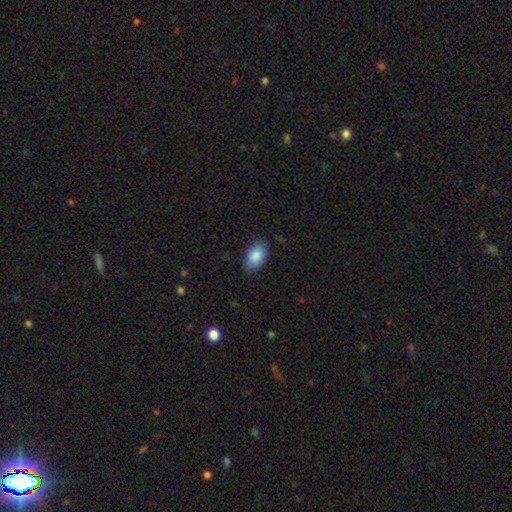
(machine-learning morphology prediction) type=smooth (88%); roundness=in between (92%); merging=none (80%).